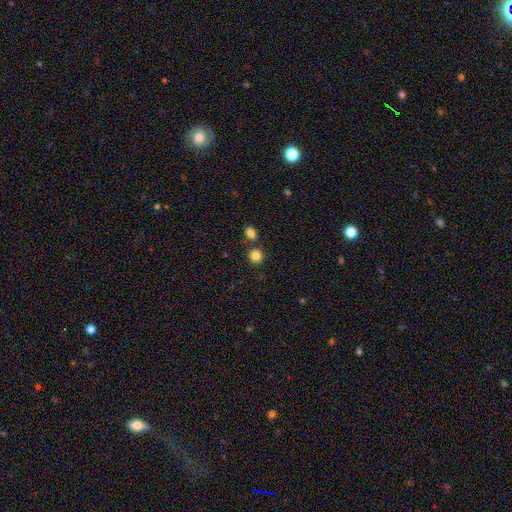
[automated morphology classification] A smooth galaxy with no disk features (84%) that is round (88%).

Vote fractions:
- Smooth or featured? smooth: 84% / star or artifact: 11% / featured or disk: 5%
- How rounded? round: 88% / in between: 11% / cigar-shaped: 1%
- Merging? none: 76% / merger: 14% / minor disturbance: 8% / major disturbance: 2%